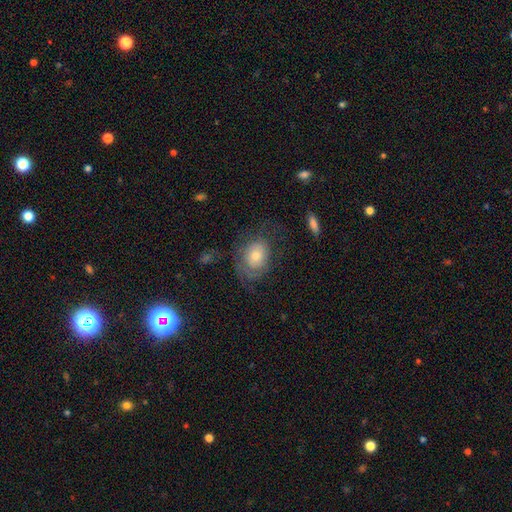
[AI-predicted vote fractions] This appears to be a featured or disk galaxy (46%). Merging: none (56%).